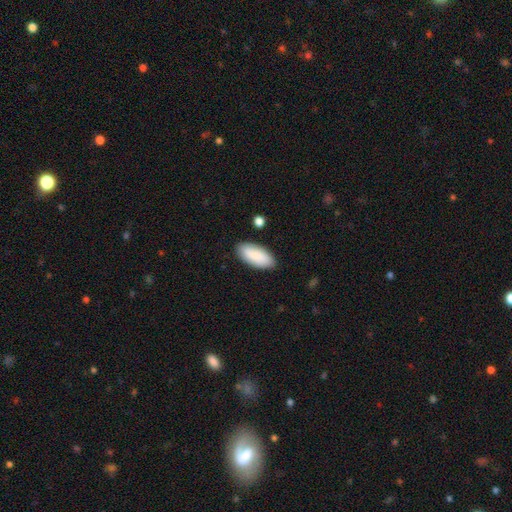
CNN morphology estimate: type=smooth (86%); roundness=in between (89%); merging=none (86%).